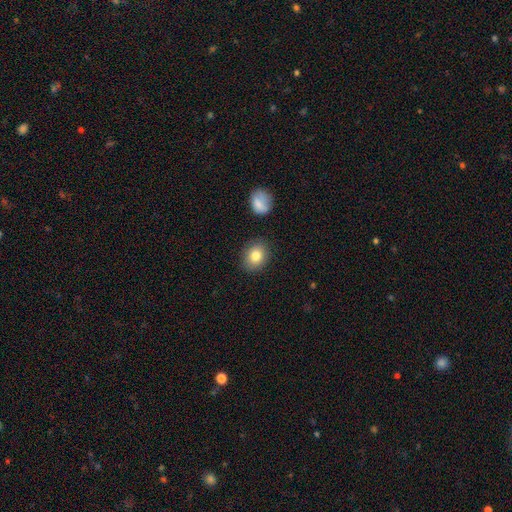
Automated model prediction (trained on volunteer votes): Smooth or featured? Predicted: smooth (p=0.82). How rounded? Predicted: round (p=0.54). Merging? Predicted: none (p=0.85).